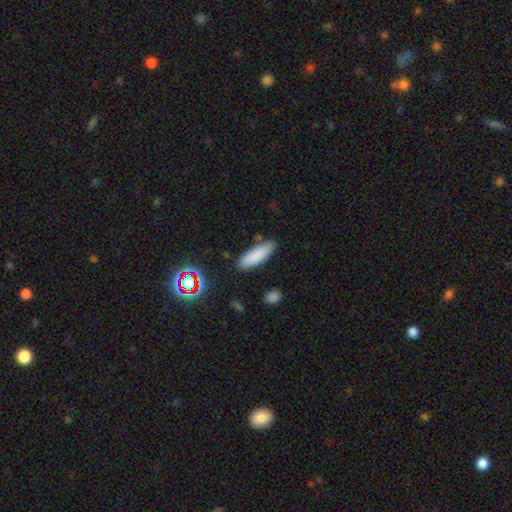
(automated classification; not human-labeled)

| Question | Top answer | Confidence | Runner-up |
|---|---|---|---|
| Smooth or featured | smooth | 83% | star or artifact (9%) |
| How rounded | cigar-shaped | 50% | in between (48%) |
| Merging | none | 83% | minor disturbance (12%) |